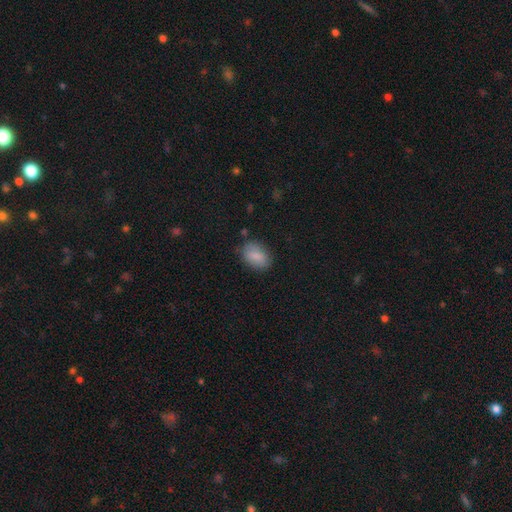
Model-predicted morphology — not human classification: A smooth galaxy with no disk features (84%) that is in between round and cigar-shaped (83%).

Vote fractions:
- Smooth or featured? smooth: 84% / featured or disk: 8% / star or artifact: 7%
- How rounded? in between: 83% / round: 15% / cigar-shaped: 2%
- Merging? none: 77% / minor disturbance: 17% / major disturbance: 4% / merger: 2%